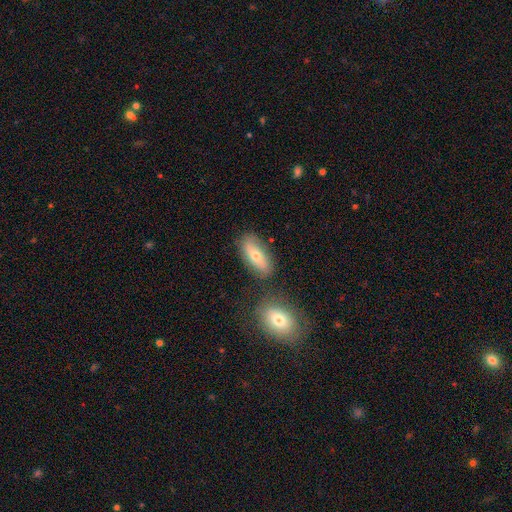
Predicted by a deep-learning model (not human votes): Smooth or featured? smooth (67%)
How rounded? in between (78%)
Merging? none (73%)